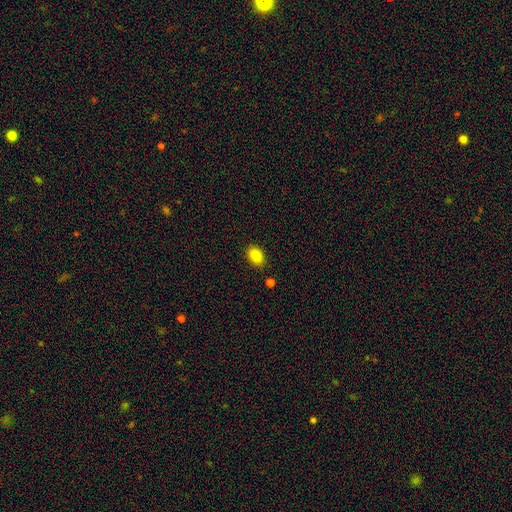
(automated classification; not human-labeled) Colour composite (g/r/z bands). It shows a smooth galaxy with no disk features (86%) that is in between round and cigar-shaped (76%). Merging: none (85%).